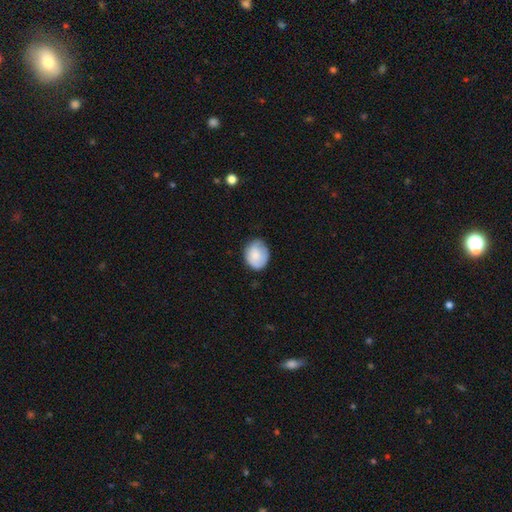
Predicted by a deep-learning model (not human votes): Smooth or featured? Predicted: smooth (p=0.77). How rounded? Predicted: round (p=0.50). Merging? Predicted: none (p=0.68).